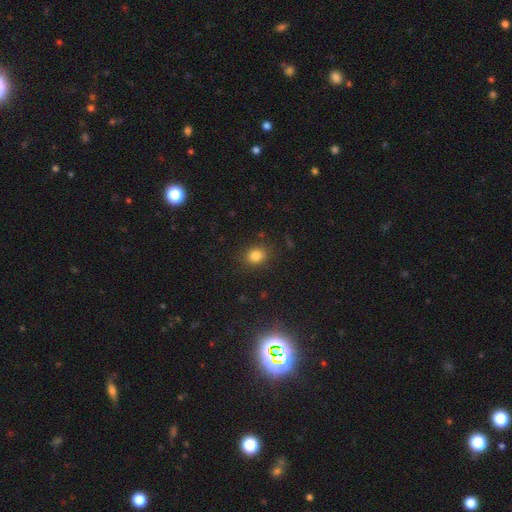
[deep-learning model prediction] Smooth or featured? smooth (82%)
How rounded? round (63%)
Merging? none (86%)